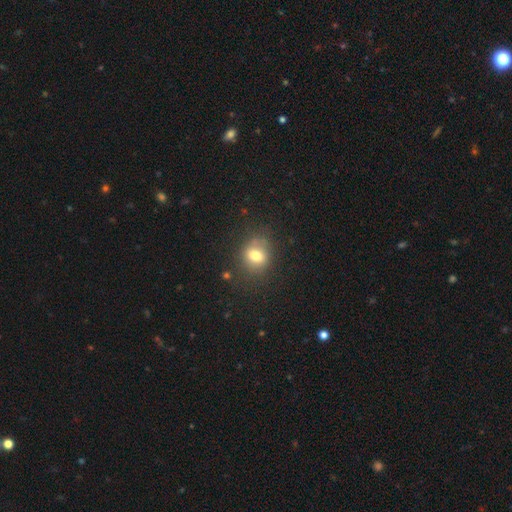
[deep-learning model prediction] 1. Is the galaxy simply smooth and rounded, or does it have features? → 74% smooth, 15% featured or disk, 12% star or artifact.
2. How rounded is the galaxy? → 59% round, 40% in between, 1% cigar-shaped.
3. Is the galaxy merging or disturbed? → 71% none, 18% minor disturbance, 7% major disturbance, 3% merger.